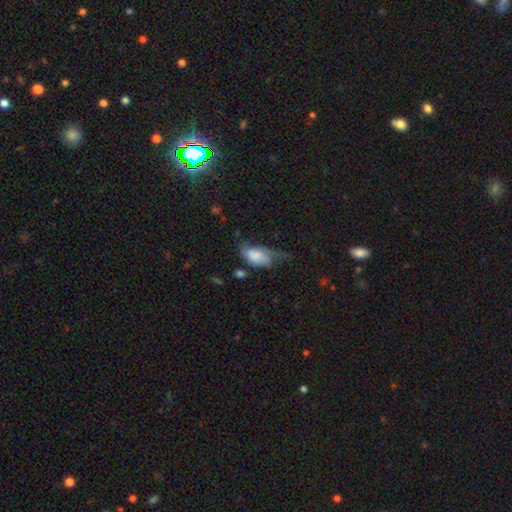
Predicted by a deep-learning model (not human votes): Overall: smooth (63%; featured or disk 29%). How rounded: in between (92%). Merging: major disturbance (43%; minor disturbance 31%).